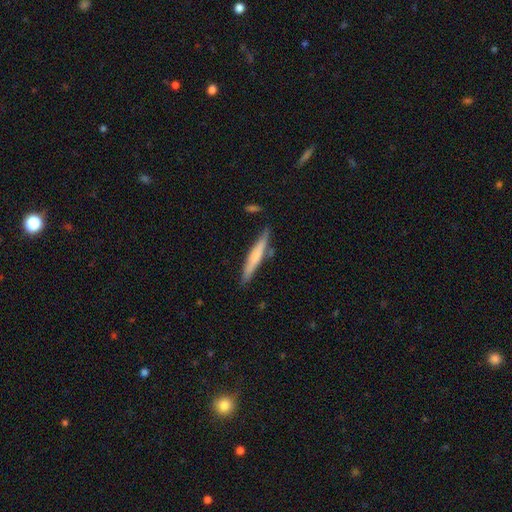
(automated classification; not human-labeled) The model was most divided on "smooth or featured": smooth: 58%, featured or disk: 37%, star or artifact: 6%. More confident: how rounded — cigar-shaped (94%); merging — none (81%).